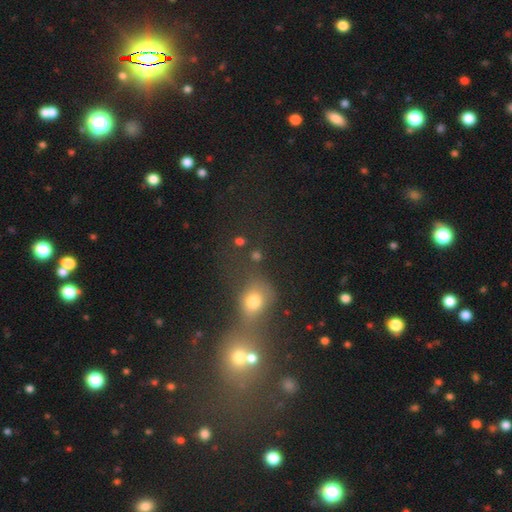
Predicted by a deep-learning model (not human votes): Morphology: type=smooth (60%); roundness=round (64%); merging=none (42%).